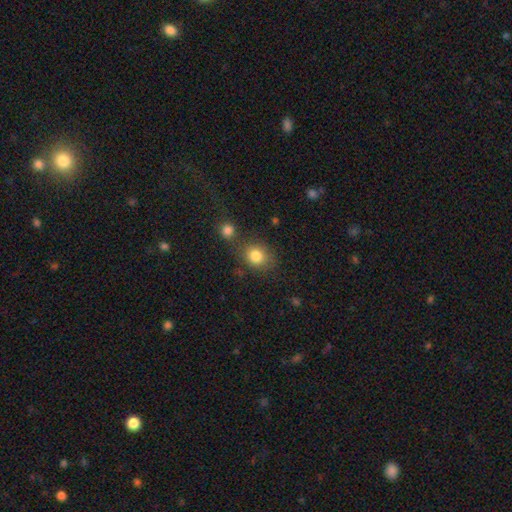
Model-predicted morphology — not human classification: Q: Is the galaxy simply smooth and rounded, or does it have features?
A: smooth — 82%.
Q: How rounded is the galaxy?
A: round — 69%.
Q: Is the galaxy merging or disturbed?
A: none — 68%.